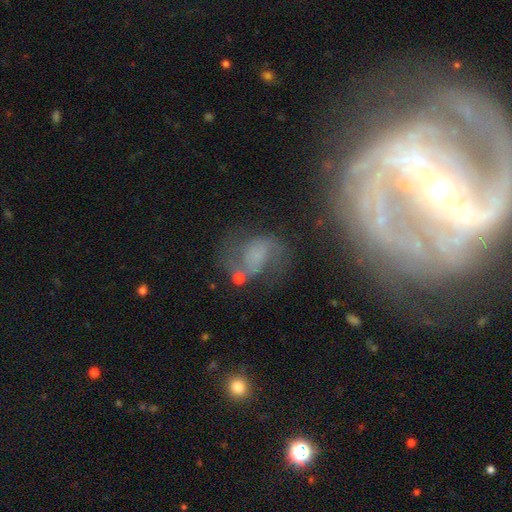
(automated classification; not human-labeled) A featured or disk galaxy (62%) with no bar (56%), 2 (83%) medium (43%) spiral arms (86%) and no central bulge (55%). Merging: none (49%).